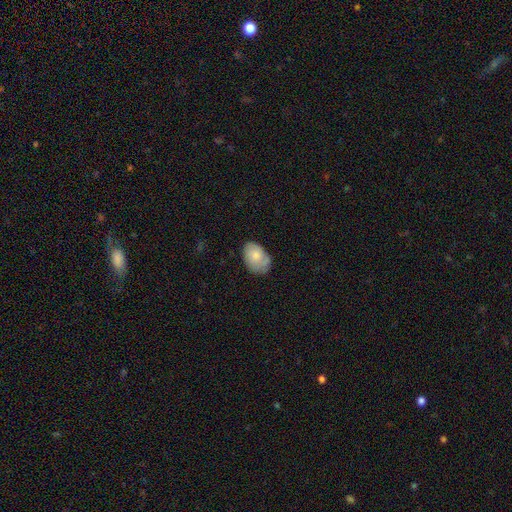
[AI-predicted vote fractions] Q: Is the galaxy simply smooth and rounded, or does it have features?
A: smooth — 76%.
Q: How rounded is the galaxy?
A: in between — 87%.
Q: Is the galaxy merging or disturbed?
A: none — 62%.